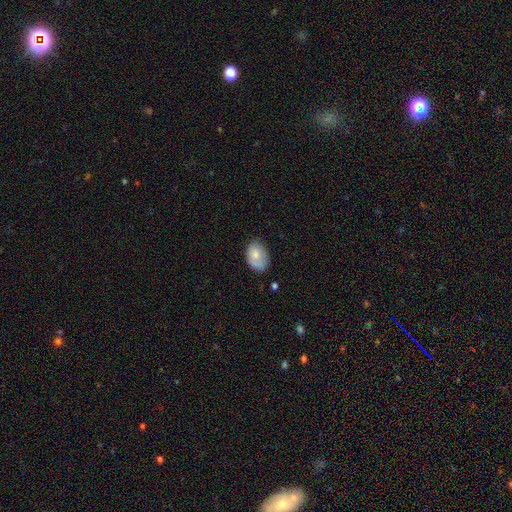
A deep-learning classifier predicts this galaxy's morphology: The model was most divided on "merging": none: 63%, minor disturbance: 27%, major disturbance: 8%, merger: 2%. More confident: how rounded — in between (83%); smooth or featured — smooth (76%).